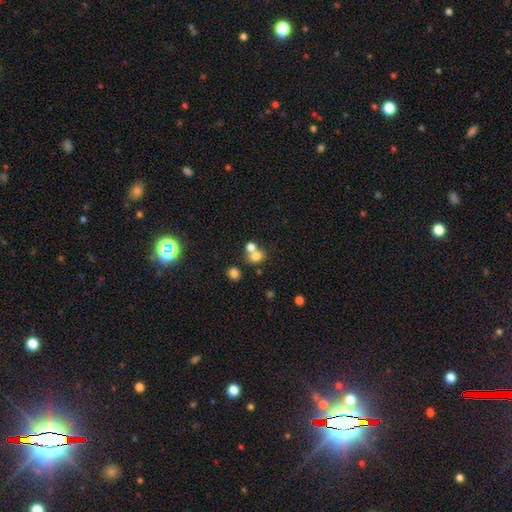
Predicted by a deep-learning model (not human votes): Smooth or featured? Predicted: smooth (p=0.74). How rounded? Predicted: round (p=0.61). Merging? Predicted: merger (p=0.48).